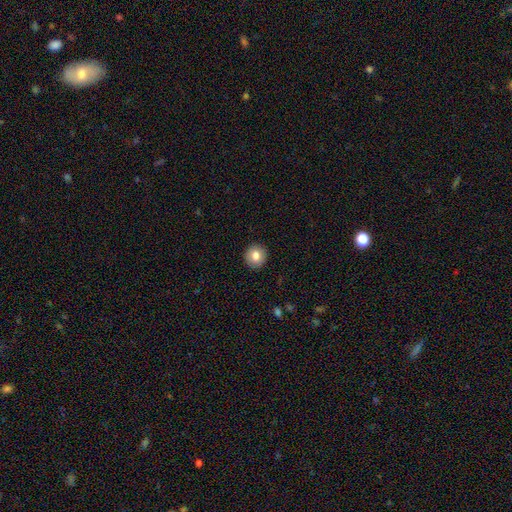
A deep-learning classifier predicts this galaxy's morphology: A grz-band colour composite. It shows a smooth galaxy with no disk features (82%) that is round (90%). Merging: none (92%).